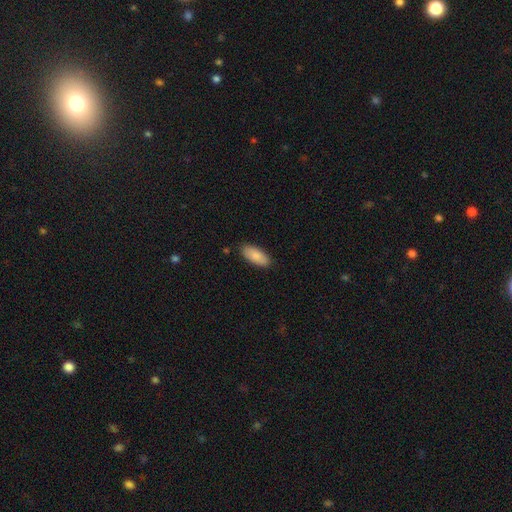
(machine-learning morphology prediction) Smooth or featured? Predicted: smooth (p=0.86). How rounded? Predicted: in between (p=0.87). Merging? Predicted: none (p=0.87).